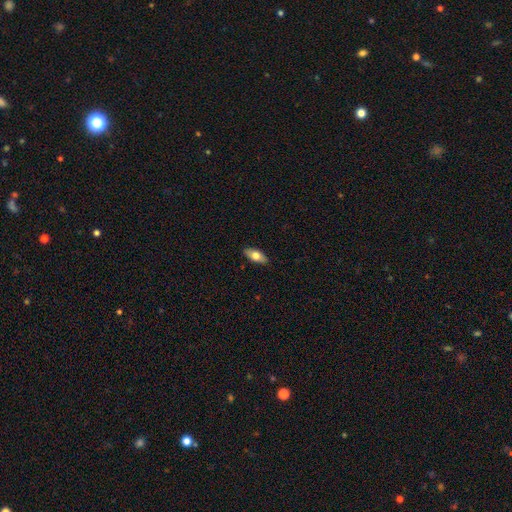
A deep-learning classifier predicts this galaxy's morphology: A smooth galaxy with no disk features (72%) that is in between round and cigar-shaped (86%). Merging: none (88%).